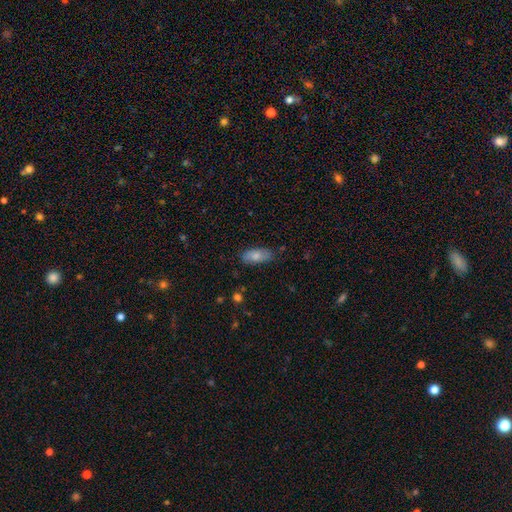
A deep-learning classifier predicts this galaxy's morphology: smooth 75%, featured or disk 18%, star or artifact 6%. Down the decision tree: how rounded — in between (87%); merging — none (78%).